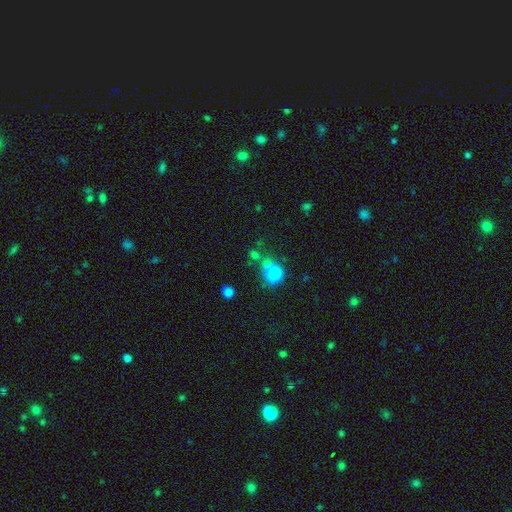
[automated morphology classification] This appears to be a smooth galaxy with no disk features (51%) that is round (76%). Merging: none (56%).